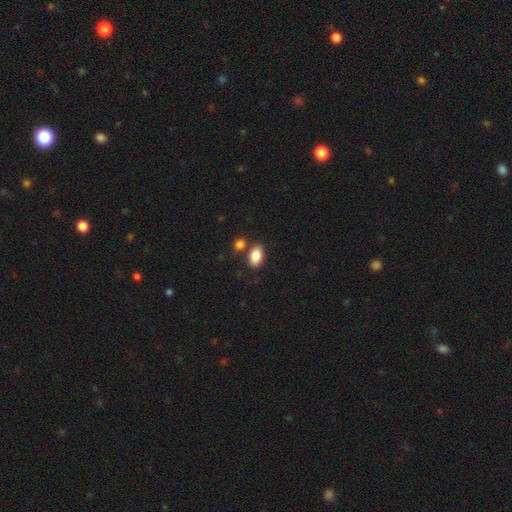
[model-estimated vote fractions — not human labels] Smooth or featured? smooth (87%)
How rounded? in between (90%)
Merging? none (72%)